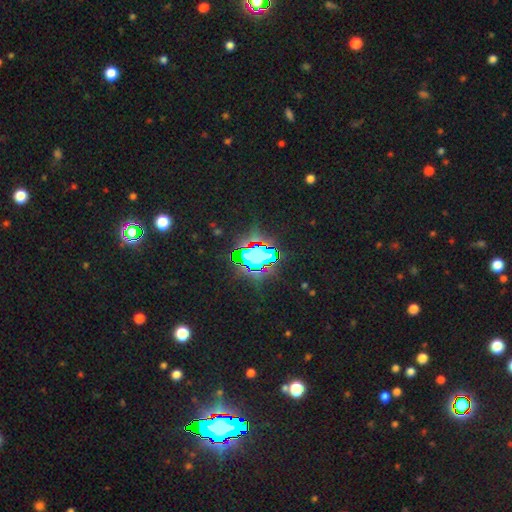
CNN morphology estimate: smooth-or-featured: star or artifact: 66% | smooth: 22% | featured or disk: 12%